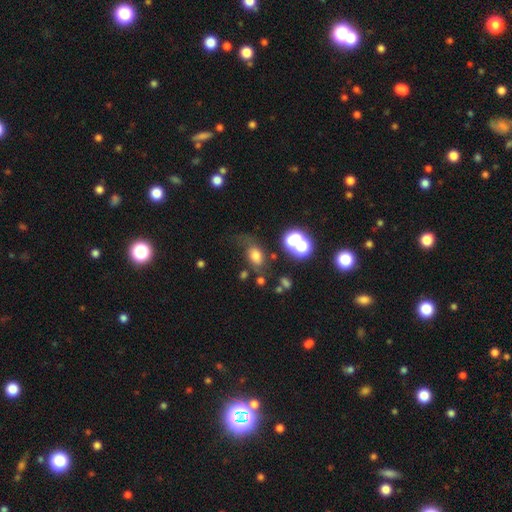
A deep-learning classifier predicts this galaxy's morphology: A smooth galaxy with no disk features (66%) that is in between round and cigar-shaped (72%).

Vote fractions:
- Smooth or featured? smooth: 66% / star or artifact: 17% / featured or disk: 17%
- How rounded? in between: 72% / round: 26% / cigar-shaped: 2%
- Merging? none: 46% / minor disturbance: 23% / major disturbance: 20% / merger: 11%